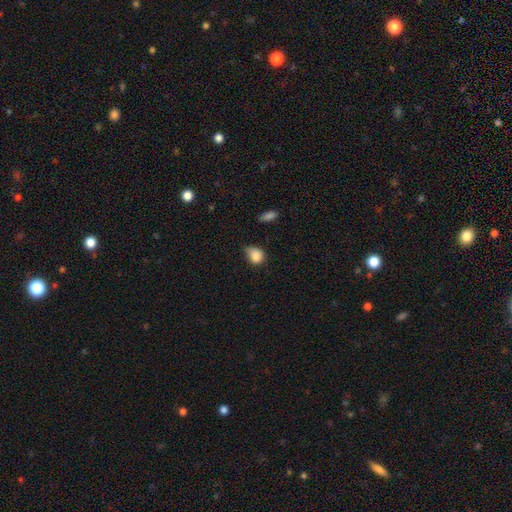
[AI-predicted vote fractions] Smooth or featured? smooth (85%)
How rounded? round (59%)
Merging? minor disturbance (45%)